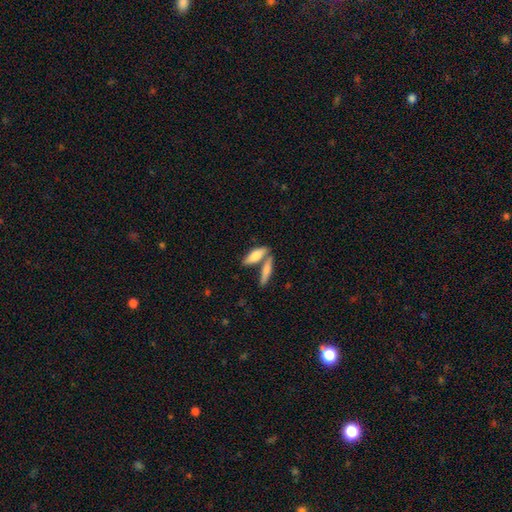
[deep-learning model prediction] Smooth or featured? smooth (73%)
How rounded? in between (53%)
Merging? none (50%)